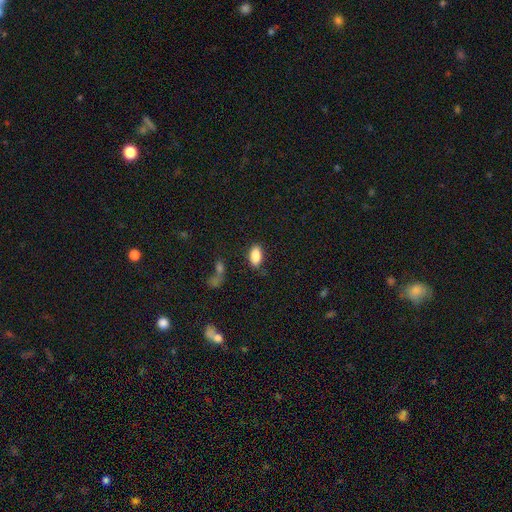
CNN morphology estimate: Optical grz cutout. It shows a smooth galaxy with no disk features (86%) that is in between round and cigar-shaped (92%). Merging: none (78%).